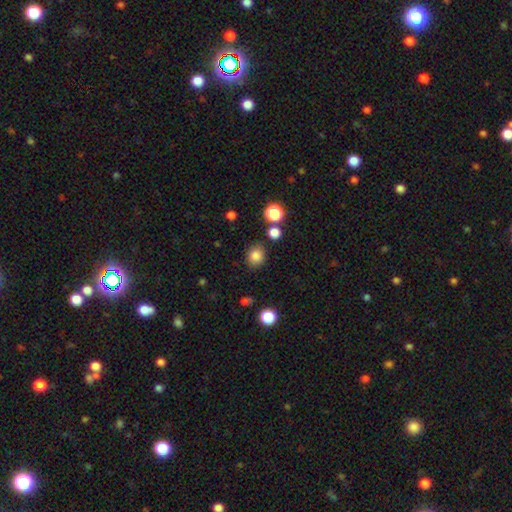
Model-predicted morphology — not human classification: type=smooth (83%); roundness=round (74%); merging=none (81%).